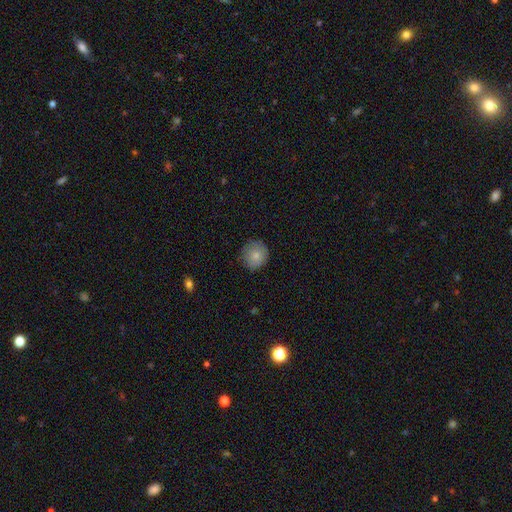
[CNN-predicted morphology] Smooth or featured?
  - smooth: 82% *
  - featured or disk: 10%
  - star or artifact: 8%
How rounded?
  - round: 91% *
  - in between: 8%
  - cigar-shaped: 1%
Merging?
  - none: 84% *
  - minor disturbance: 13%
  - major disturbance: 3%
  - merger: 1%